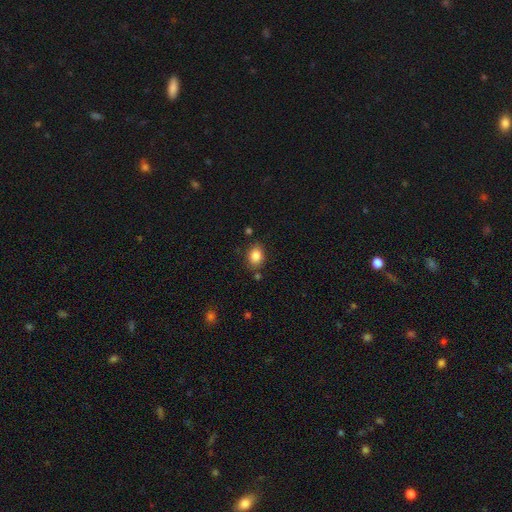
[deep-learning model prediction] Smooth or featured: smooth — 85% (star or artifact — 10%)
How rounded: in between — 58% (round — 41%)
Merging: none — 80% (minor disturbance — 12%)